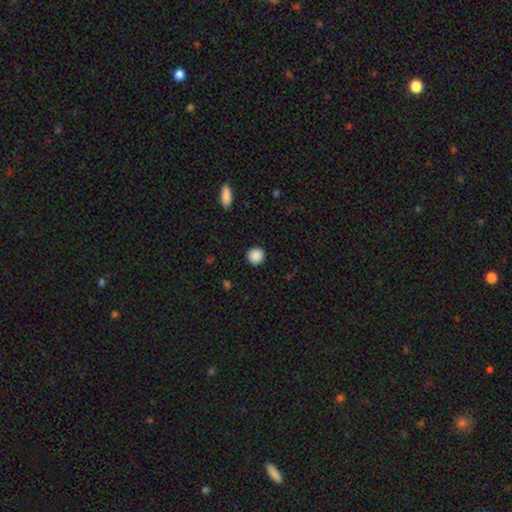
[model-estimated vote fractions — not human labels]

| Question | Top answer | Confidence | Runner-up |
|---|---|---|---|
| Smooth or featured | smooth | 89% | star or artifact (9%) |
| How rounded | round | 94% | in between (5%) |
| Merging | none | 92% | minor disturbance (5%) |